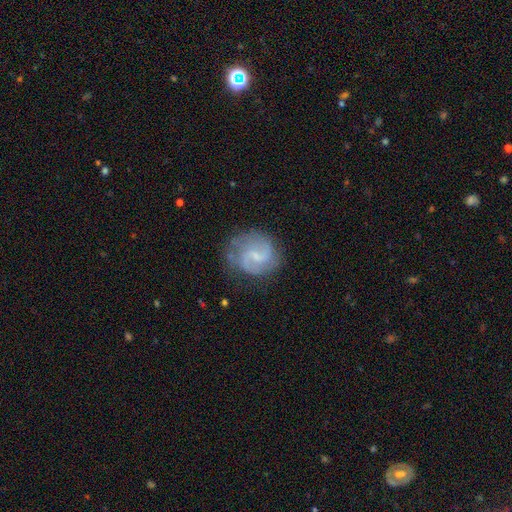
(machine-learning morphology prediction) A featured or disk galaxy (79%) with a weak bar (60%), 2 (82%) medium (50%) spiral arms (94%) and a small central bulge (51%). Merging: none (72%).